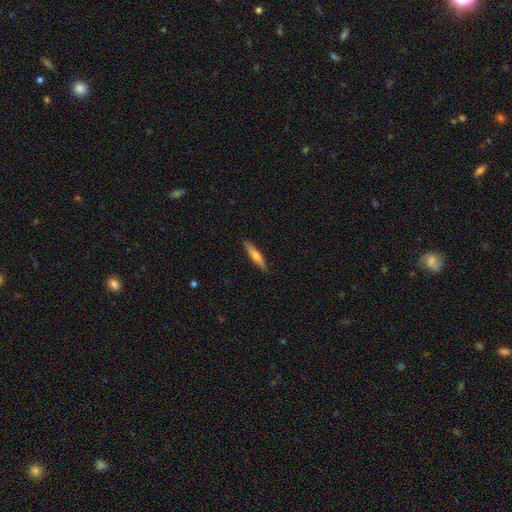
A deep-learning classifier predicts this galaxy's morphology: Smooth or featured? Predicted: smooth (p=0.58). How rounded? Predicted: cigar-shaped (p=0.87). Merging? Predicted: none (p=0.89).